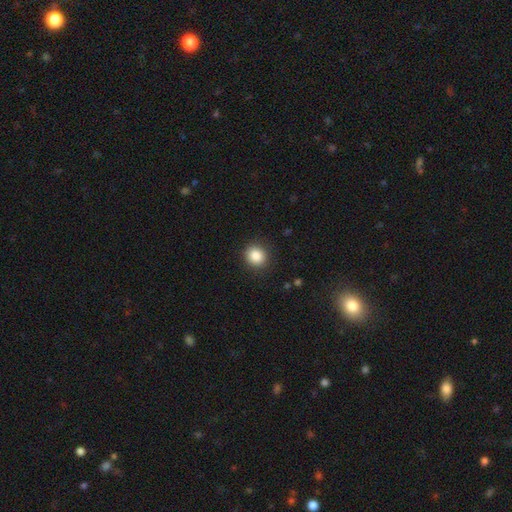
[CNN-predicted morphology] A smooth galaxy with no disk features (87%) that is round (87%). Merging: none (90%).